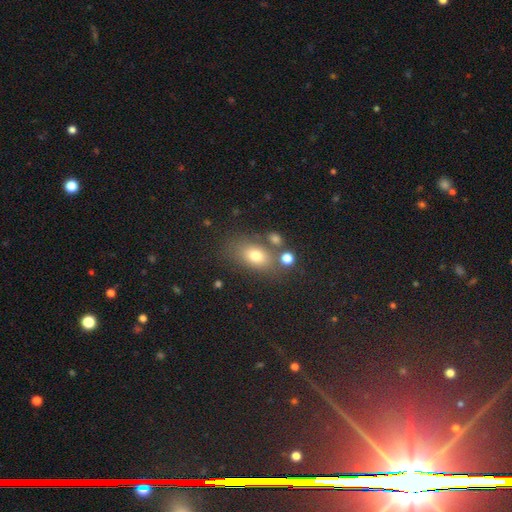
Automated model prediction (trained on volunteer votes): A smooth galaxy with no disk features (74%) that is in between round and cigar-shaped (77%).

Vote fractions:
- Smooth or featured? smooth: 74% / featured or disk: 14% / star or artifact: 13%
- How rounded? in between: 77% / round: 20% / cigar-shaped: 2%
- Merging? none: 66% / minor disturbance: 15% / merger: 12% / major disturbance: 7%